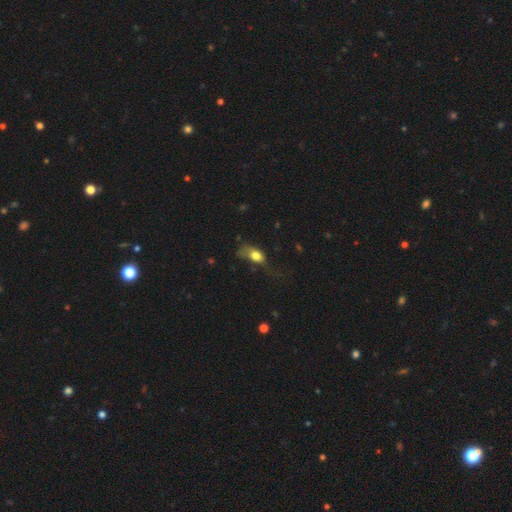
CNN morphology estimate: The model was most divided on "merging": major disturbance: 42%, minor disturbance: 29%, none: 26%, merger: 3%. More confident: how rounded — in between (78%); smooth or featured — smooth (74%).